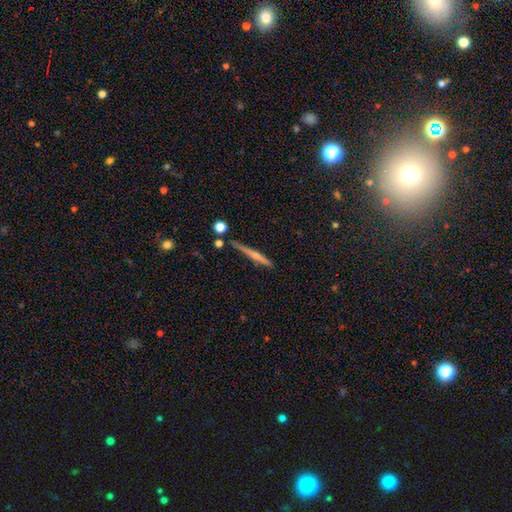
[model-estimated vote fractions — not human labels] Overall: featured or disk (47%; smooth 46%). Merging: none (76%).